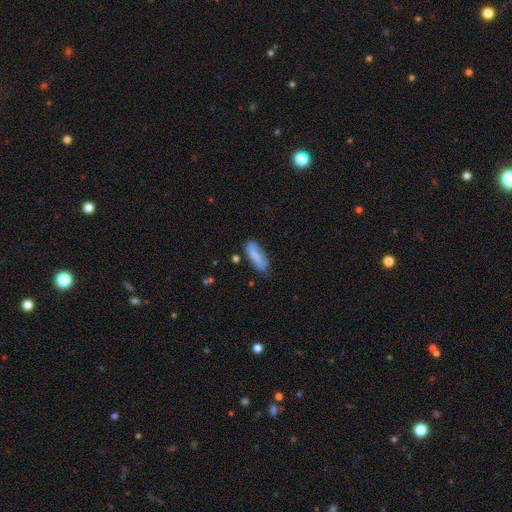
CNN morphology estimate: Smooth or featured? Predicted: smooth (p=0.76). How rounded? Predicted: in between (p=0.62). Merging? Predicted: none (p=0.62).